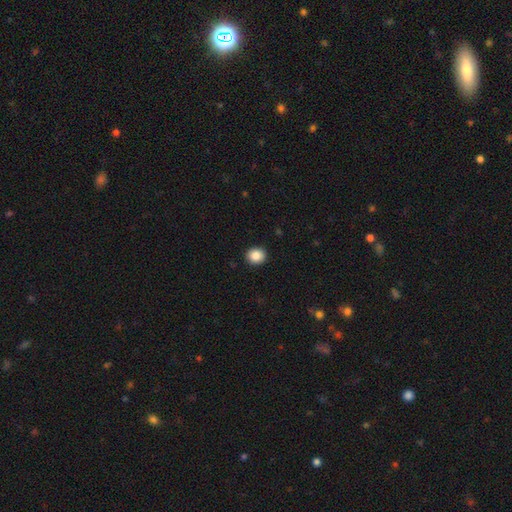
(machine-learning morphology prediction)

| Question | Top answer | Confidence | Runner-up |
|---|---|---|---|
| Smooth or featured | smooth | 87% | star or artifact (9%) |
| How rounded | round | 80% | in between (19%) |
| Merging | none | 92% | minor disturbance (5%) |